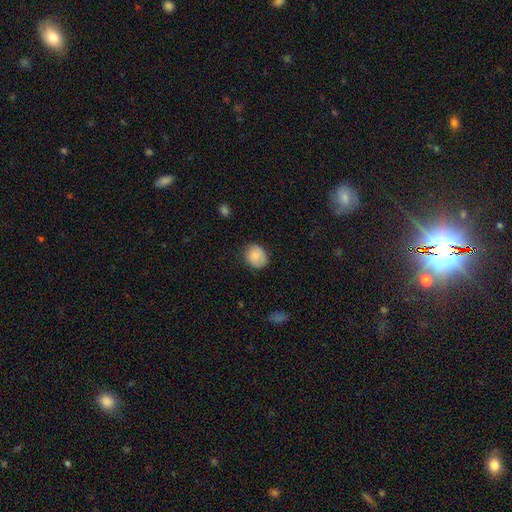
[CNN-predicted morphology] A smooth galaxy with no disk features (85%) that is round (62%). Merging: none (76%).